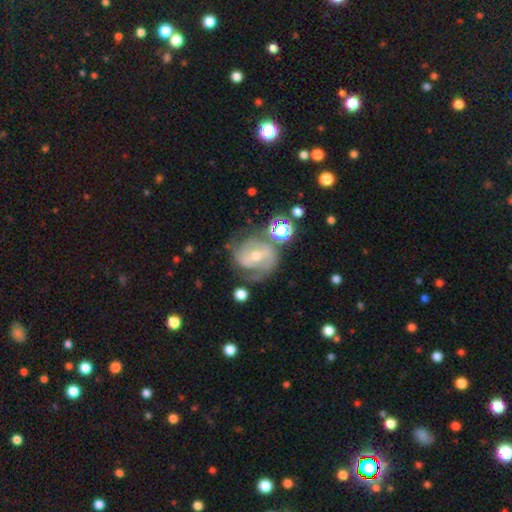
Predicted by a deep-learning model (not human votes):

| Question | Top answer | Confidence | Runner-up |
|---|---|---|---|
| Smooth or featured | featured or disk | 75% | smooth (16%) |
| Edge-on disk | no | 97% | yes (3%) |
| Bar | weak | 41% | no (35%) |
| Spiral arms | yes | 88% | no (12%) |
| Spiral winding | medium | 46% | tight (36%) |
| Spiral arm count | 2 | 65% | can't tell (18%) |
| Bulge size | moderate | 48% | small (47%) |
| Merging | none | 55% | minor disturbance (21%) |